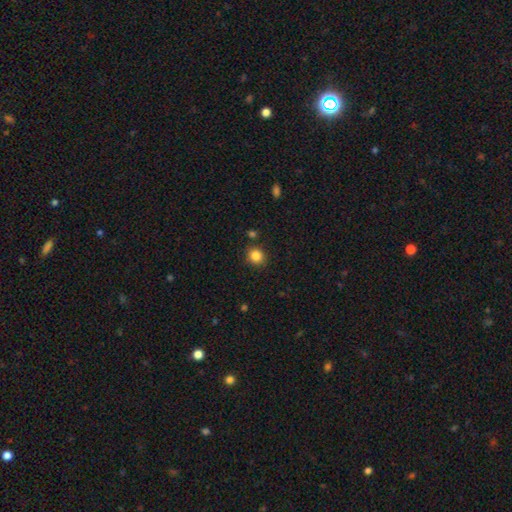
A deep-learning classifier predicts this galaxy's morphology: smooth_or_featured: smooth (p=0.85) [alt: star or artifact p=0.11]
how_rounded: round (p=0.80) [alt: in between p=0.19]
merging: none (p=0.85) [alt: minor disturbance p=0.09]